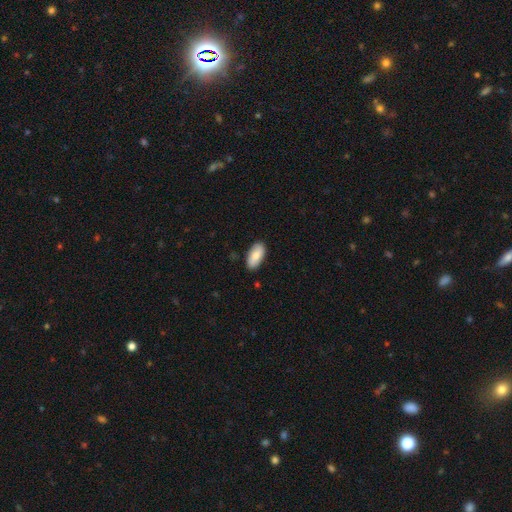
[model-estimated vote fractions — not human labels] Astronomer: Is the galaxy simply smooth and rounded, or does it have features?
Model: smooth — 80%.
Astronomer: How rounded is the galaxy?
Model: in between — 91%.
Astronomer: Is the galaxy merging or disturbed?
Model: none — 87%.